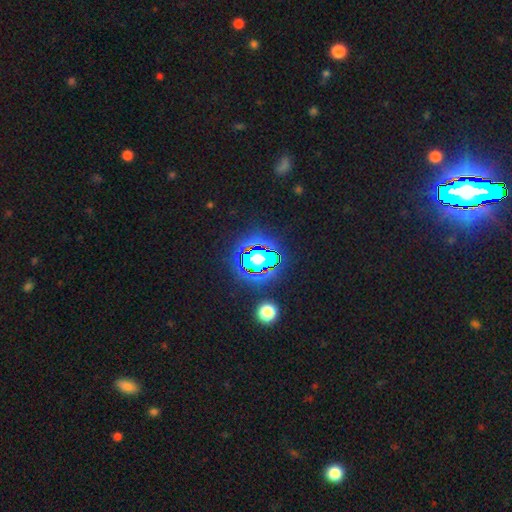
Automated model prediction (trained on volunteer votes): This appears to be a star or artifact, not a galaxy (81%).